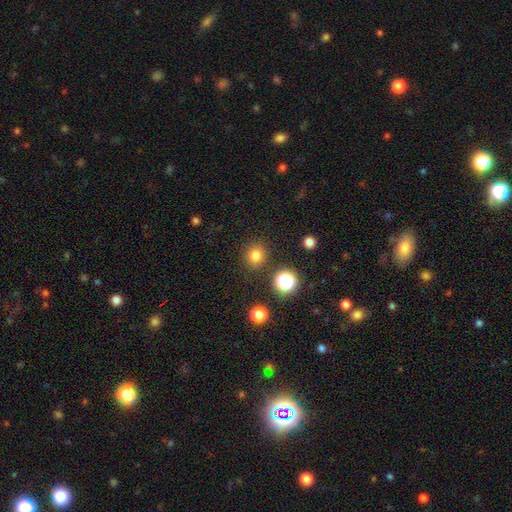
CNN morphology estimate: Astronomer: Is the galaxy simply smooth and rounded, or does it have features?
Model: smooth — 78%.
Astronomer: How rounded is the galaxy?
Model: round — 89%.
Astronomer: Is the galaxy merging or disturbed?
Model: none — 87%.